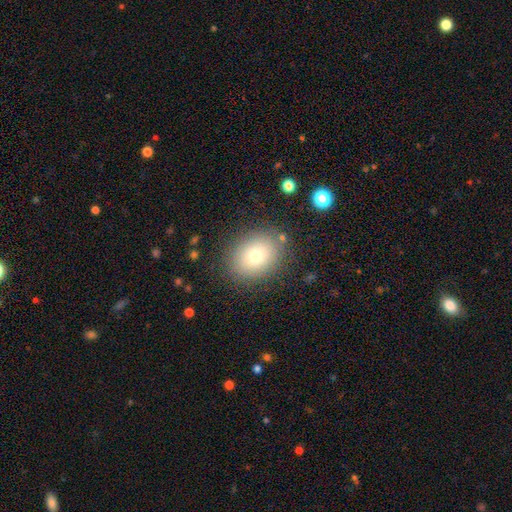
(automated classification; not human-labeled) A smooth galaxy with no disk features (75%) that is in between round and cigar-shaped (53%). Merging: none (83%).